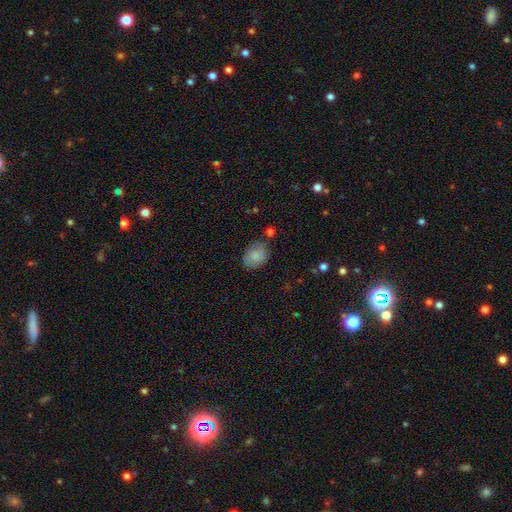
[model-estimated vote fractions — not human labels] Smooth or featured?
  - smooth: 83% *
  - featured or disk: 9%
  - star or artifact: 7%
How rounded?
  - in between: 65% *
  - round: 34%
  - cigar-shaped: 1%
Merging?
  - none: 72% *
  - minor disturbance: 19%
  - major disturbance: 5%
  - merger: 4%